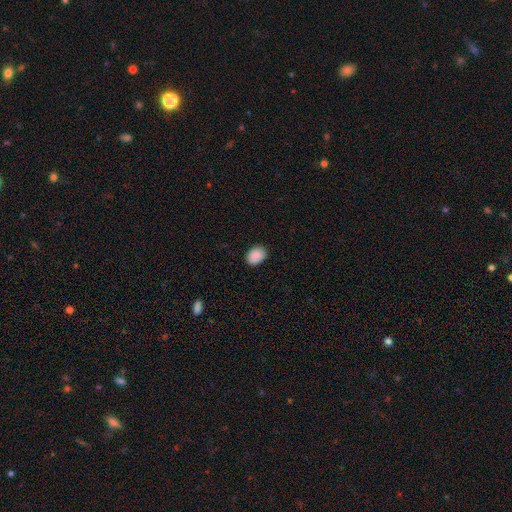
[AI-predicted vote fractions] This is clearly a smooth galaxy (90%). How rounded: likely in between (69%). Merging: clearly none (89%).